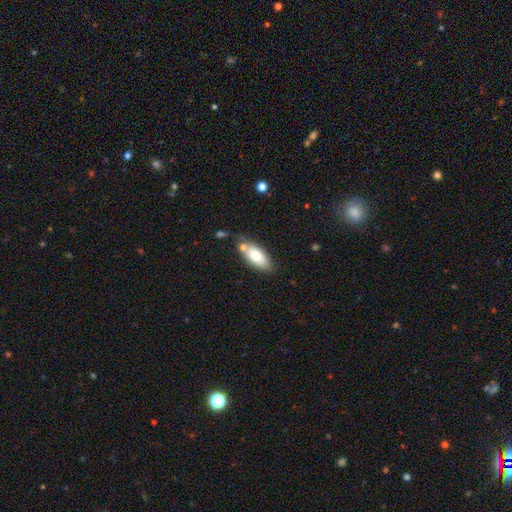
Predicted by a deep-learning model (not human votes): smooth_or_featured: smooth (p=0.72) [alt: featured or disk p=0.21]
how_rounded: in between (p=0.87) [alt: cigar-shaped p=0.10]
merging: none (p=0.67) [alt: minor disturbance p=0.16]